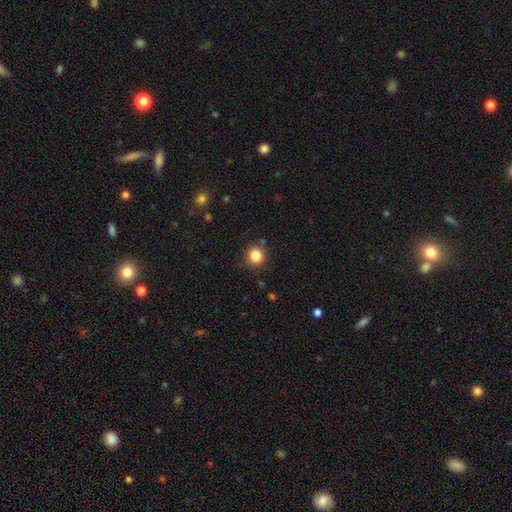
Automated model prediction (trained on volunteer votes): Smooth or featured: smooth — 85% (star or artifact — 11%)
How rounded: round — 92% (in between — 7%)
Merging: none — 86% (minor disturbance — 8%)